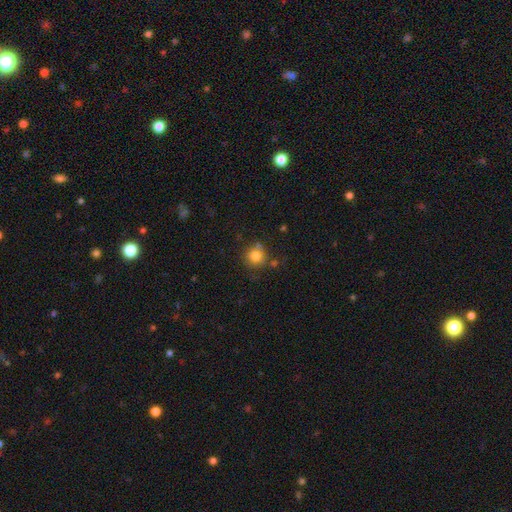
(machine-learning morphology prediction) Smooth or featured?
  - smooth: 82% *
  - star or artifact: 11%
  - featured or disk: 7%
How rounded?
  - round: 92% *
  - in between: 7%
  - cigar-shaped: 1%
Merging?
  - none: 73% *
  - minor disturbance: 13%
  - merger: 9%
  - major disturbance: 4%